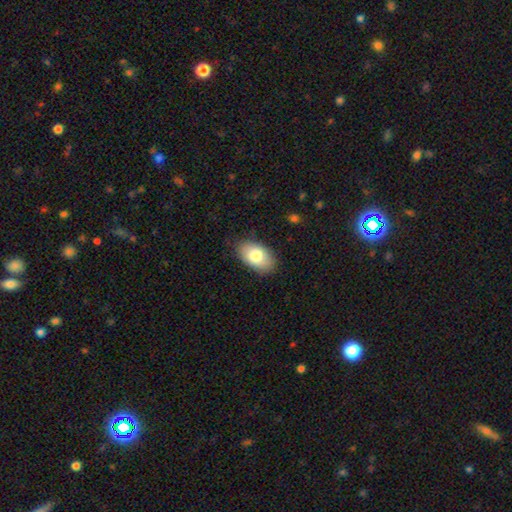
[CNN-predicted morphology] Q: Smooth or featured?
A: smooth (82%); runner-up: featured or disk (12%)
Q: How rounded?
A: in between (94%); runner-up: round (5%)
Q: Merging?
A: none (83%); runner-up: minor disturbance (13%)